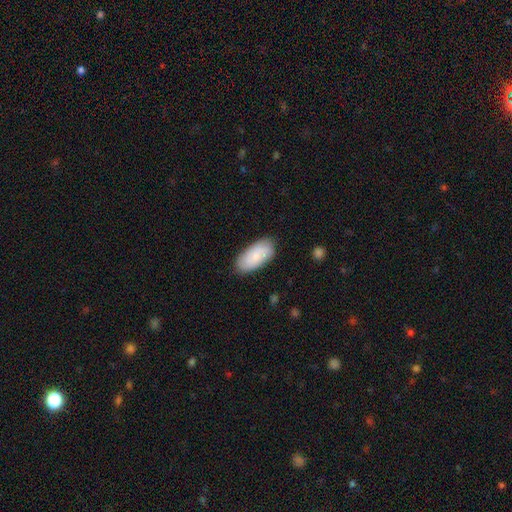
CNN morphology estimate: Smooth or featured?
  - smooth: 74% *
  - featured or disk: 20%
  - star or artifact: 6%
How rounded?
  - in between: 93% *
  - cigar-shaped: 5%
  - round: 2%
Merging?
  - none: 80% *
  - minor disturbance: 15%
  - major disturbance: 3%
  - merger: 2%